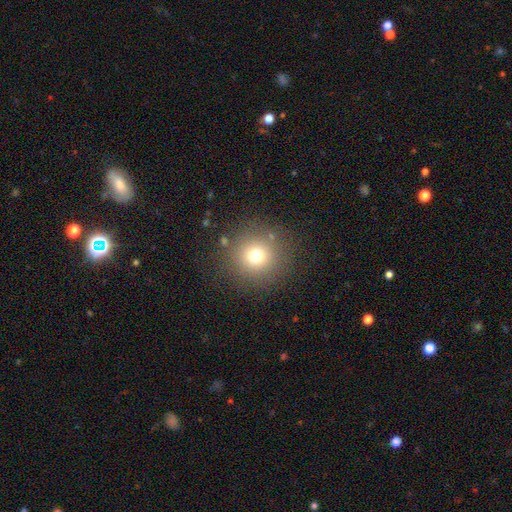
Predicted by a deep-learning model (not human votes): The model was most divided on "smooth or featured": smooth: 72%, star or artifact: 17%, featured or disk: 11%. More confident: how rounded — round (95%); merging — none (86%).